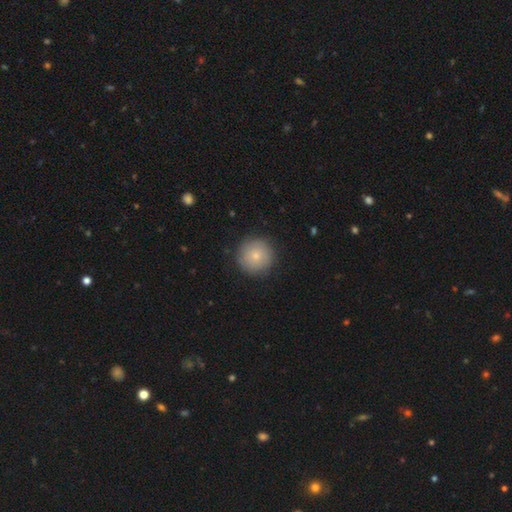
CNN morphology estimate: A smooth galaxy with no disk features (79%) that is round (96%). Merging: none (88%).